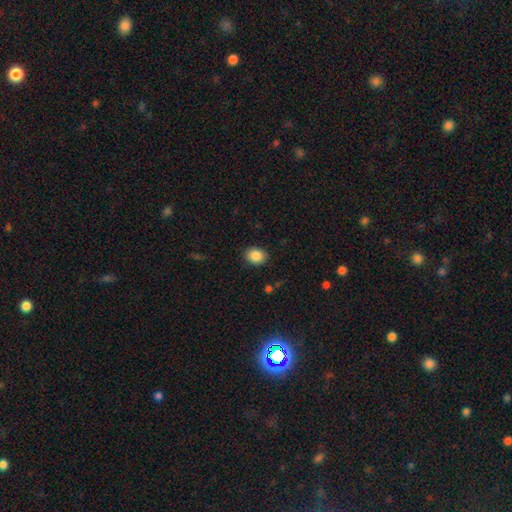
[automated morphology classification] Smooth or featured? smooth (87%)
How rounded? in between (50%)
Merging? none (89%)